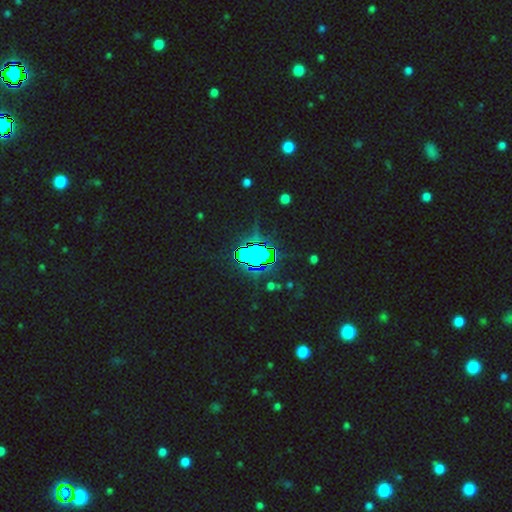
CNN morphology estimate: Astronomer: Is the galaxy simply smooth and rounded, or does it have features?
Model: star or artifact — 76%.